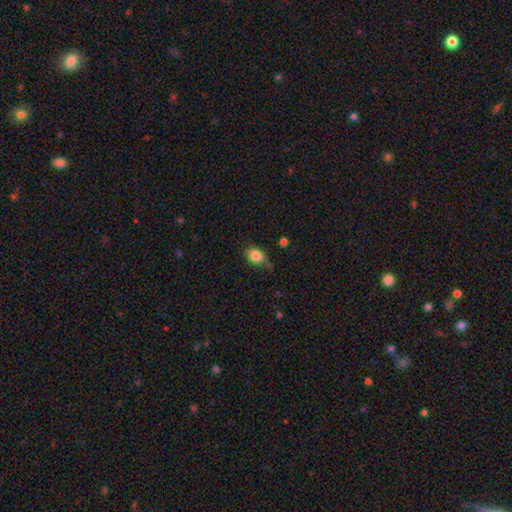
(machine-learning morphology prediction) type=smooth (83%); roundness=in between (68%); merging=none (57%).